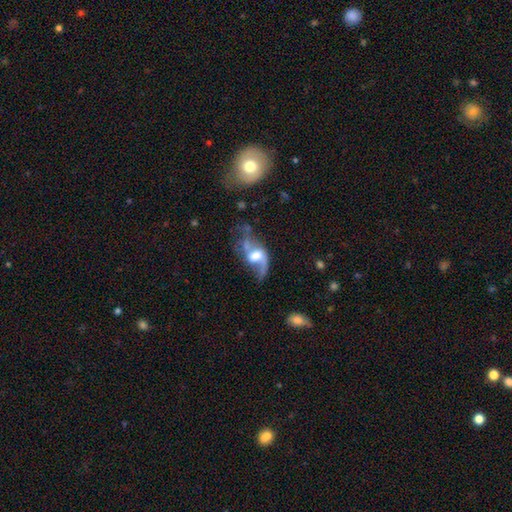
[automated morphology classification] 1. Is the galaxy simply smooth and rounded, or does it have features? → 76% featured or disk, 16% smooth, 8% star or artifact.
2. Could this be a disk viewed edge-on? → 95% no, 5% yes.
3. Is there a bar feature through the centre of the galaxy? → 46% weak, 35% no, 19% strong.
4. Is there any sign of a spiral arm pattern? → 84% yes, 16% no.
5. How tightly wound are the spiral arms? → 74% loose, 21% medium, 5% tight.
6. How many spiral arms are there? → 75% 2, 15% 1, 6% can't tell, 2% 3, 1% 4, 1% more than 4.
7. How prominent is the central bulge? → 46% moderate, 34% large, 11% small, 7% none, 3% dominant.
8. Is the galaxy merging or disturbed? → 36% none, 34% major disturbance, 20% minor disturbance, 10% merger.